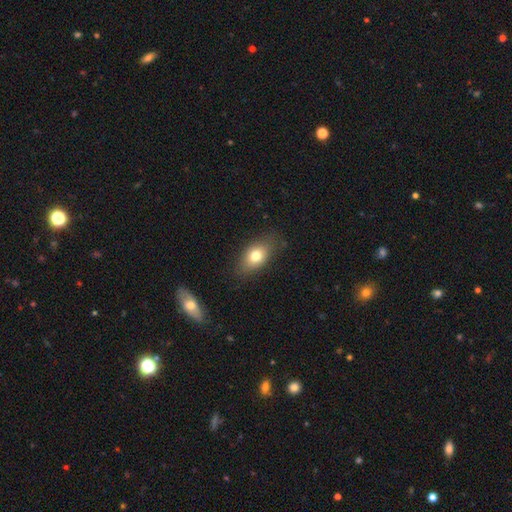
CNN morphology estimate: smooth-or-featured: smooth: 75% | featured or disk: 15% | star or artifact: 9%
  how-rounded: in between: 82% | round: 15% | cigar-shaped: 4%
  merging: none: 79% | minor disturbance: 16% | major disturbance: 4% | merger: 2%